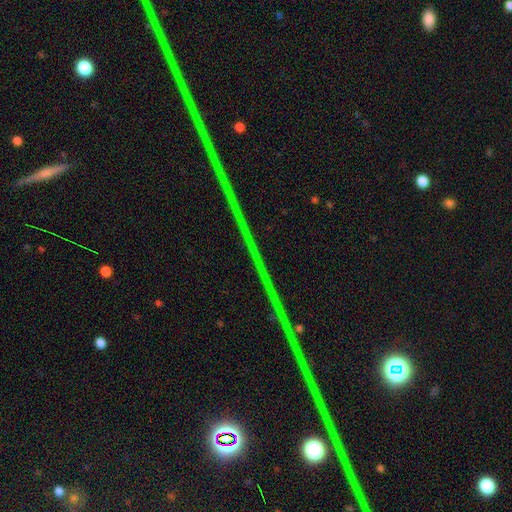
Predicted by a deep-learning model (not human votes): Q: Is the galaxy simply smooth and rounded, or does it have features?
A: star or artifact — 82%.